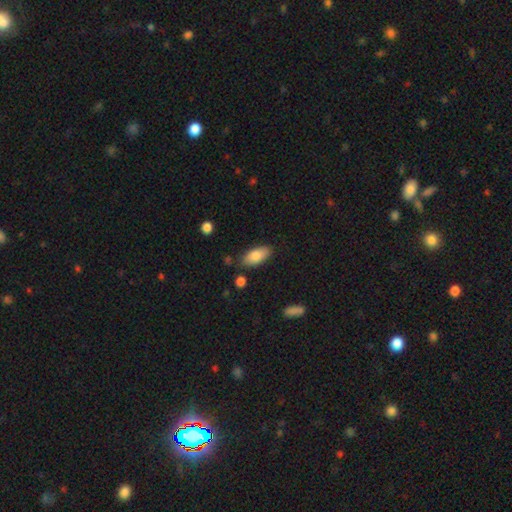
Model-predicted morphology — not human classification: A smooth galaxy with no disk features (83%) that is in between round and cigar-shaped (89%).

Vote fractions:
- Smooth or featured? smooth: 83% / featured or disk: 11% / star or artifact: 6%
- How rounded? in between: 89% / cigar-shaped: 9% / round: 2%
- Merging? none: 80% / minor disturbance: 14% / merger: 3% / major disturbance: 3%